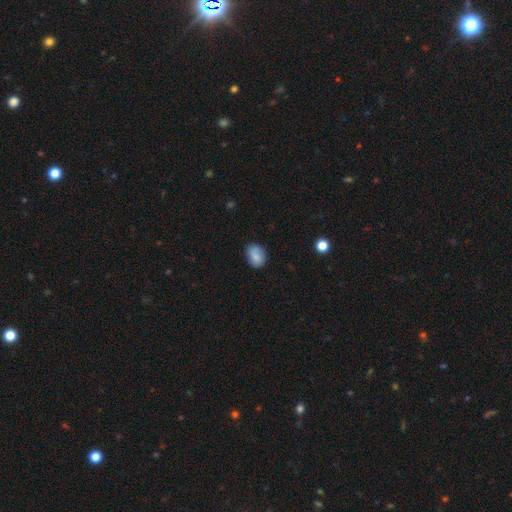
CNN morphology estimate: The model was most divided on "how rounded": in between: 62%, round: 37%, cigar-shaped: 1%. More confident: smooth or featured — smooth (81%); merging — none (76%).